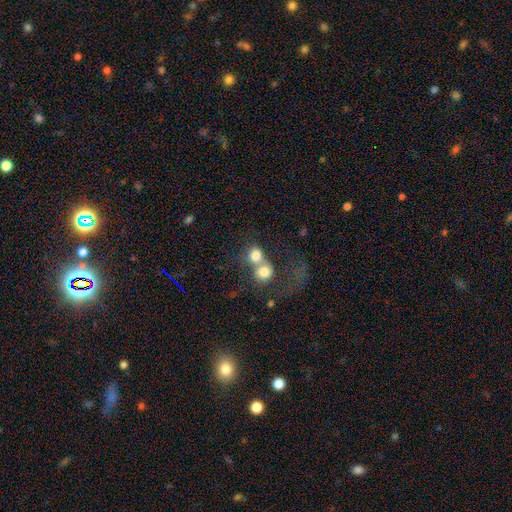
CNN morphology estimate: A smooth galaxy with no disk features (74%) that is round (75%). Merging: merger (69%).